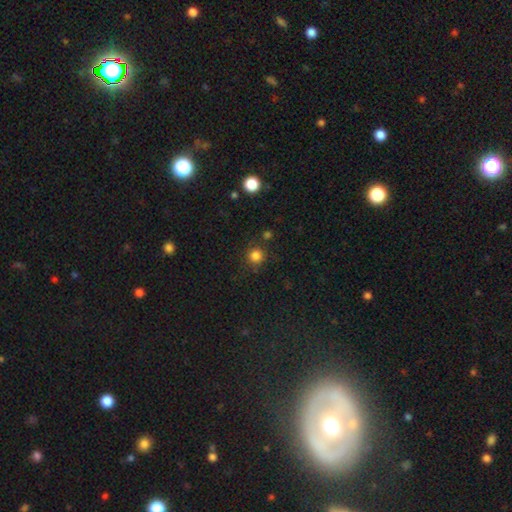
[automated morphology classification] Smooth or featured?
  - smooth: 82% *
  - star or artifact: 14%
  - featured or disk: 4%
How rounded?
  - round: 93% *
  - in between: 6%
  - cigar-shaped: 1%
Merging?
  - none: 83% *
  - minor disturbance: 10%
  - merger: 4%
  - major disturbance: 4%